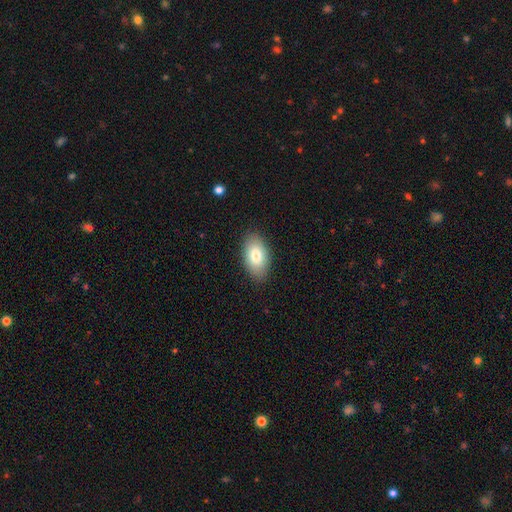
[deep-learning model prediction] This is likely a smooth galaxy (80%). How rounded: clearly in between (93%). Merging: clearly none (87%).